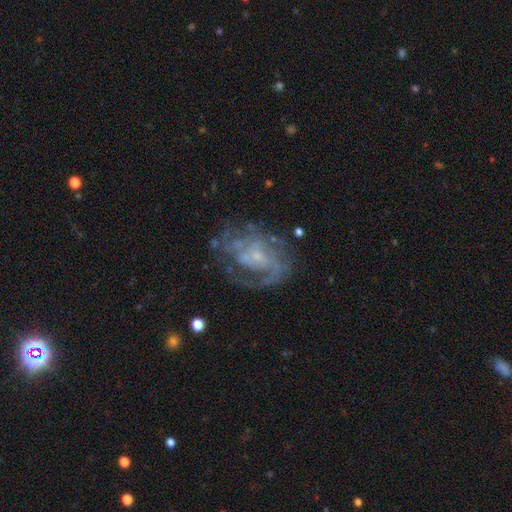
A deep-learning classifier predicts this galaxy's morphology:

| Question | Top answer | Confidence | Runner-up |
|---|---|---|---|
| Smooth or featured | featured or disk | 80% | smooth (12%) |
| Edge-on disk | no | 97% | yes (3%) |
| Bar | no | 65% | weak (29%) |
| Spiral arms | yes | 82% | no (18%) |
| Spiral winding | medium | 40% | tight (39%) |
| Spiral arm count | can't tell | 36% | 2 (29%) |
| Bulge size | small | 65% | moderate (17%) |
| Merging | none | 57% | major disturbance (21%) |